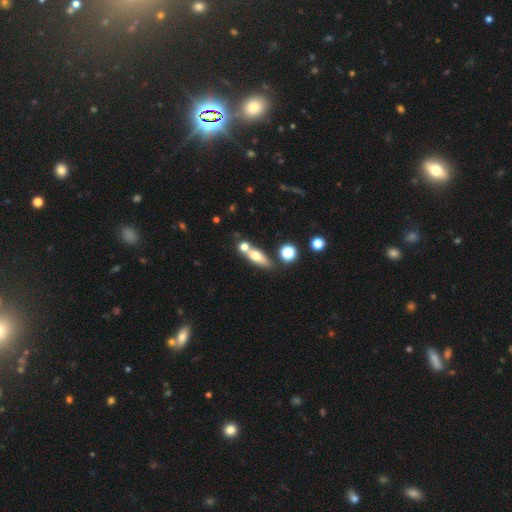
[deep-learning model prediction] Morphology: type=smooth (59%); roundness=in between (50%); merging=none (53%).